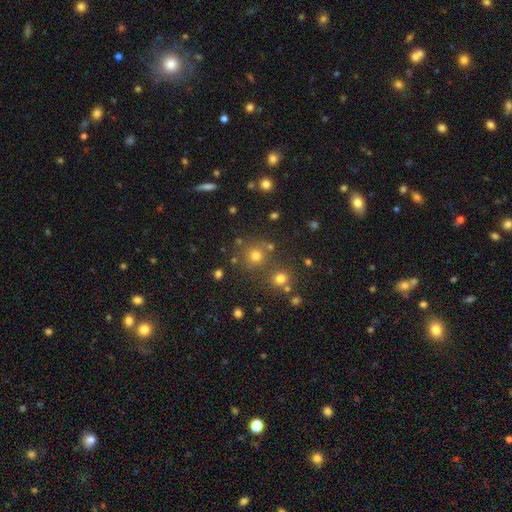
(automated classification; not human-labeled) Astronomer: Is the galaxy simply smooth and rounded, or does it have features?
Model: smooth — 71%.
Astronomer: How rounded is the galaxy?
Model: round — 91%.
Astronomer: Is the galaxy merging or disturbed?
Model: none — 75%.